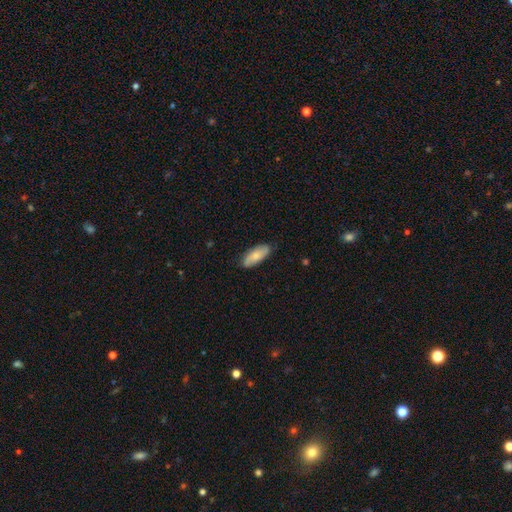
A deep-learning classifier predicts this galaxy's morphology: The model was most divided on "smooth or featured": smooth: 73%, featured or disk: 22%, star or artifact: 6%. More confident: how rounded — in between (82%); merging — none (82%).